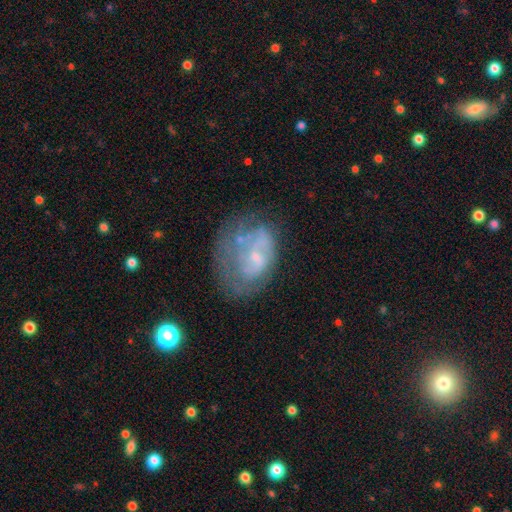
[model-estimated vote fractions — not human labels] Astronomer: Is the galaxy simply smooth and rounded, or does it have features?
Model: featured or disk — 61%.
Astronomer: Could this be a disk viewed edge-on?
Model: no — 97%.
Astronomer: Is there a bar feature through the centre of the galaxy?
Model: no — 71%.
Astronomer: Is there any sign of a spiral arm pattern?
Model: no — 55% (runner-up: yes, 45%).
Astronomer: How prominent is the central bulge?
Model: small — 52%.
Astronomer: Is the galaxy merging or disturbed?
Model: none — 39% (runner-up: major disturbance, 29%).